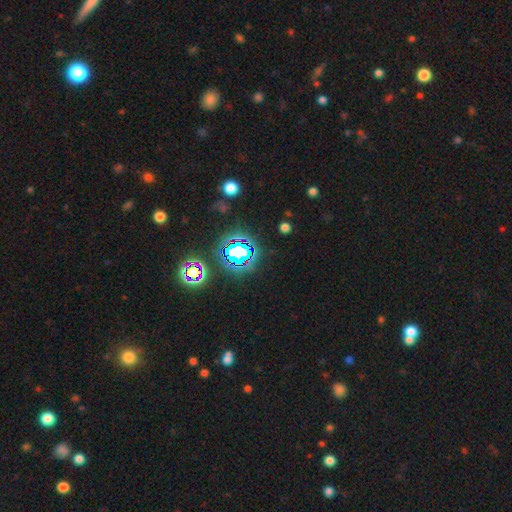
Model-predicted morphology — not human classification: This appears to be a star or artifact, not a galaxy (78%).